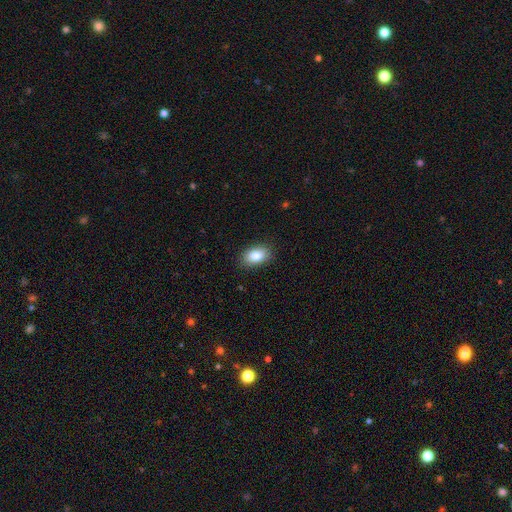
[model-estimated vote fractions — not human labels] Morphology: type=smooth (86%); roundness=in between (89%); merging=none (85%).